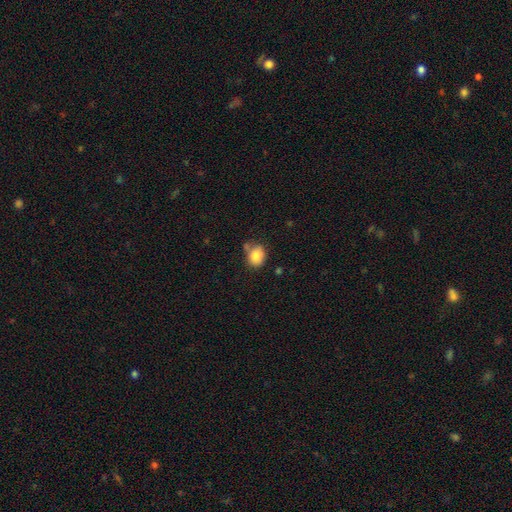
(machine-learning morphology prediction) type=smooth (84%); roundness=round (52%); merging=none (62%).